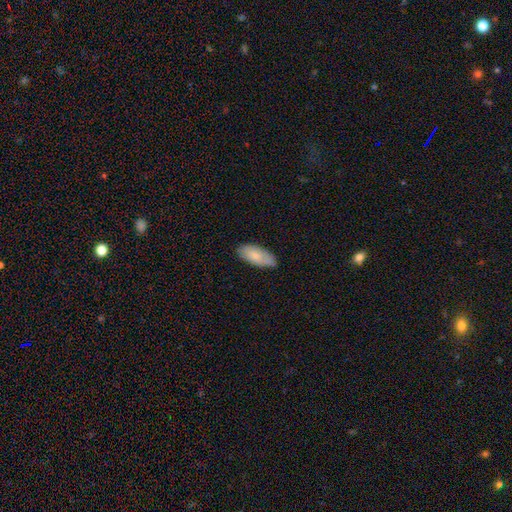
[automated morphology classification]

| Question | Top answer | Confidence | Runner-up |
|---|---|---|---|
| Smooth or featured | smooth | 77% | featured or disk (17%) |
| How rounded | in between | 89% | cigar-shaped (9%) |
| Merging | none | 71% | minor disturbance (23%) |